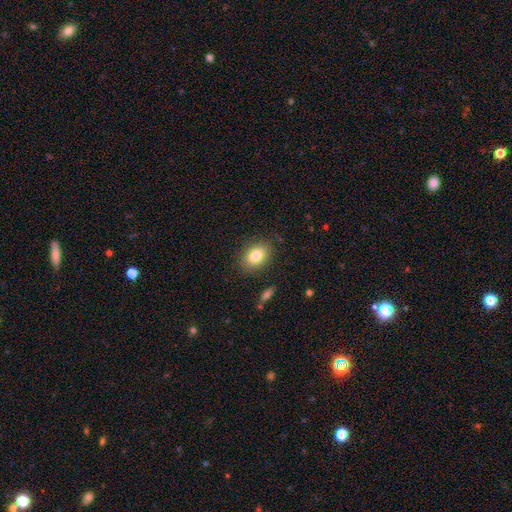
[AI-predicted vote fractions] Q: Smooth or featured?
A: smooth (82%); runner-up: featured or disk (9%)
Q: How rounded?
A: in between (73%); runner-up: round (25%)
Q: Merging?
A: none (84%); runner-up: minor disturbance (11%)